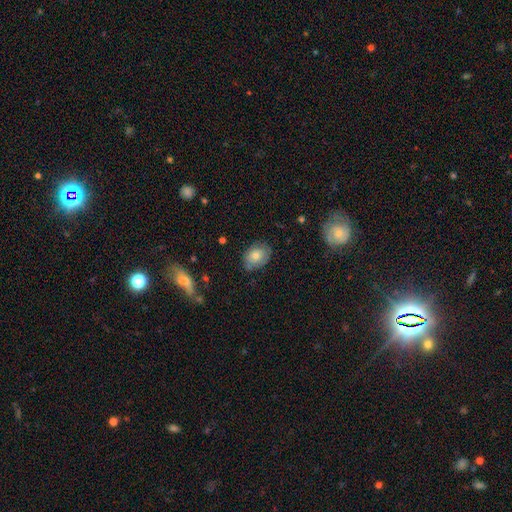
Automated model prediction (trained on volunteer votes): Smooth or featured? smooth (68%)
How rounded? in between (62%)
Merging? none (72%)